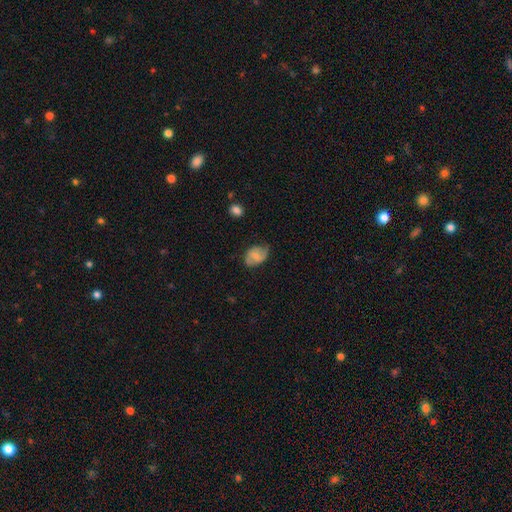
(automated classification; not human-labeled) Overall: smooth (56%; featured or disk 36%). How rounded: in between (78%). Merging: none (65%; minor disturbance 27%).